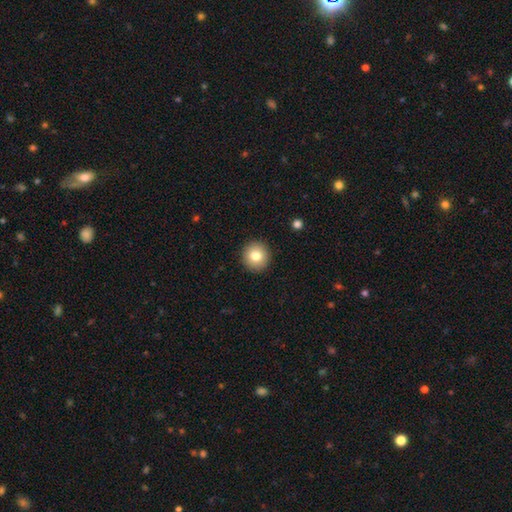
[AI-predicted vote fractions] This is likely a smooth galaxy (79%). How rounded: clearly round (94%). Merging: clearly none (92%).